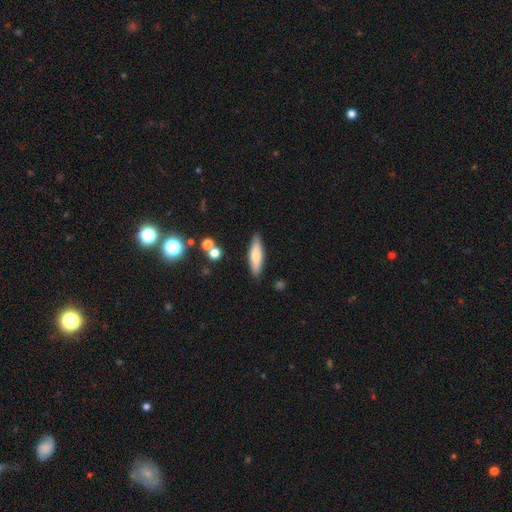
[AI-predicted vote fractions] smooth_or_featured: smooth (p=0.71) [alt: featured or disk p=0.22]
how_rounded: cigar-shaped (p=0.62) [alt: in between p=0.36]
merging: none (p=0.85) [alt: minor disturbance p=0.10]